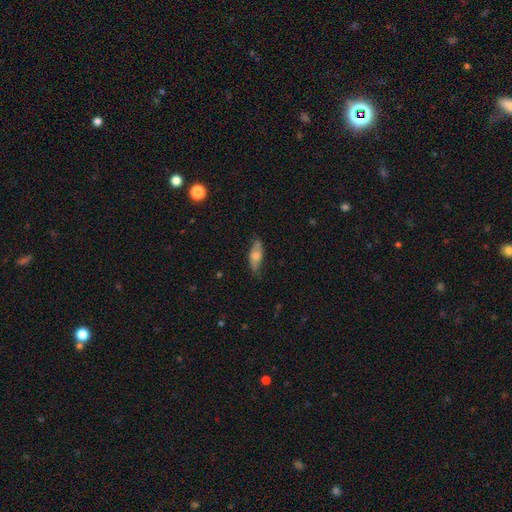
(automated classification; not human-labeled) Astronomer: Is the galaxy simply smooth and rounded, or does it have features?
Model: smooth — 58% (runner-up: featured or disk, 35%).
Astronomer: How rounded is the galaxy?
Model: in between — 68%.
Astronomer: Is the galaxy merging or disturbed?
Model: none — 72%.